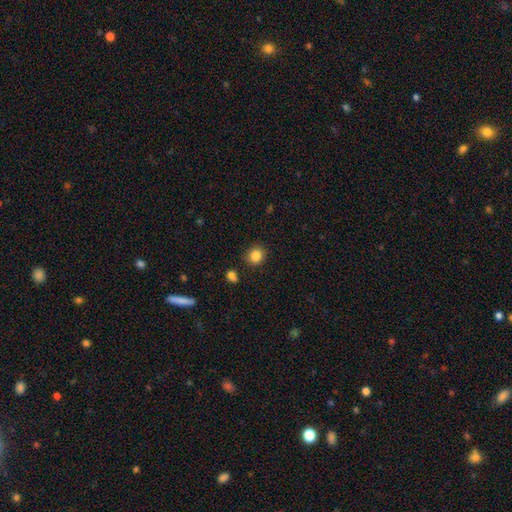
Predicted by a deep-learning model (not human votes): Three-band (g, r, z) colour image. It shows a smooth galaxy with no disk features (84%) that is round (85%). Merging: none (87%).